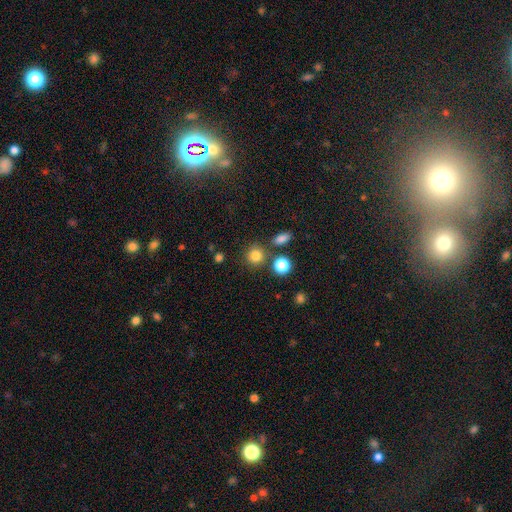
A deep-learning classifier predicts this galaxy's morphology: Smooth or featured? smooth (81%)
How rounded? round (88%)
Merging? none (76%)